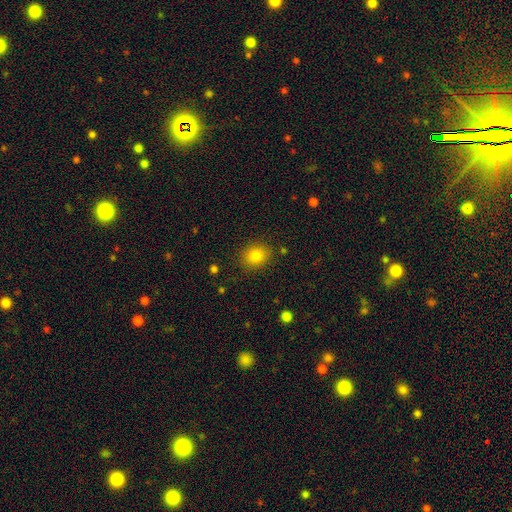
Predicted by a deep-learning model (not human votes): Morphology: type=smooth (82%); roundness=round (63%); merging=none (86%).